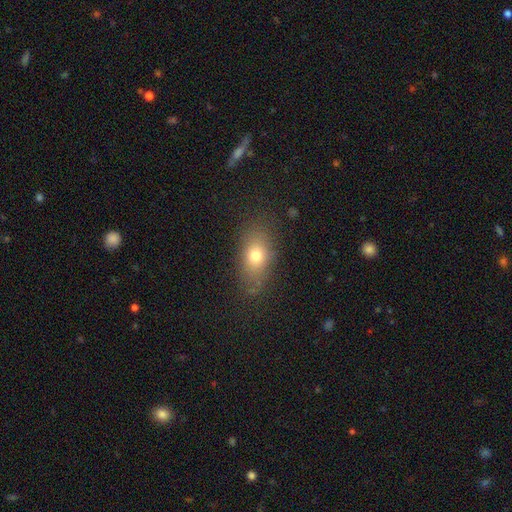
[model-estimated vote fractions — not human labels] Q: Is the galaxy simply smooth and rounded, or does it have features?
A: smooth — 73%.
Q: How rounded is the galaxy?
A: in between — 78%.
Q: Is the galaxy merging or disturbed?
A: none — 78%.